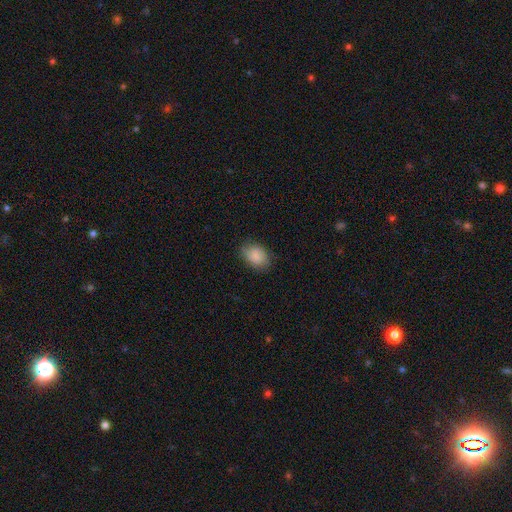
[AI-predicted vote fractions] Overall: smooth (84%). How rounded: in between (77%). Merging: none (78%).